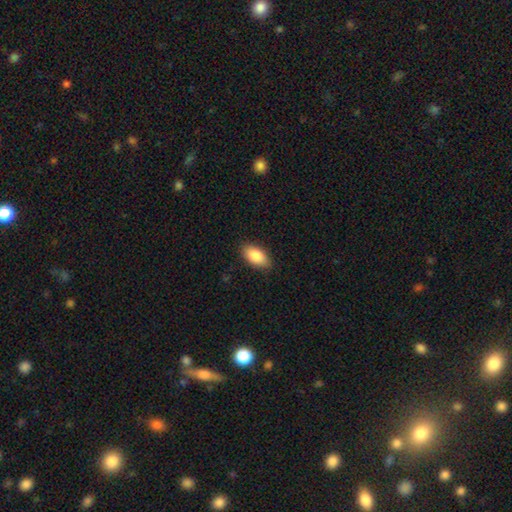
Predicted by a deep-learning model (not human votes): A smooth galaxy with no disk features (86%) that is in between round and cigar-shaped (93%). Merging: none (87%).